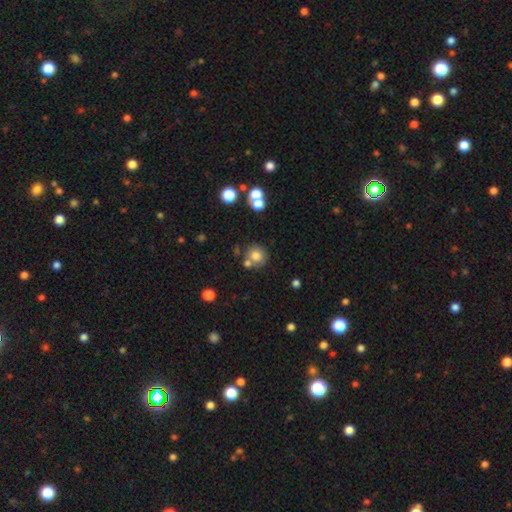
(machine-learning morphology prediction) smooth-or-featured: smooth: 76% | star or artifact: 13% | featured or disk: 11%
  how-rounded: round: 90% | in between: 9% | cigar-shaped: 1%
  merging: none: 68% | merger: 19% | minor disturbance: 10% | major disturbance: 4%